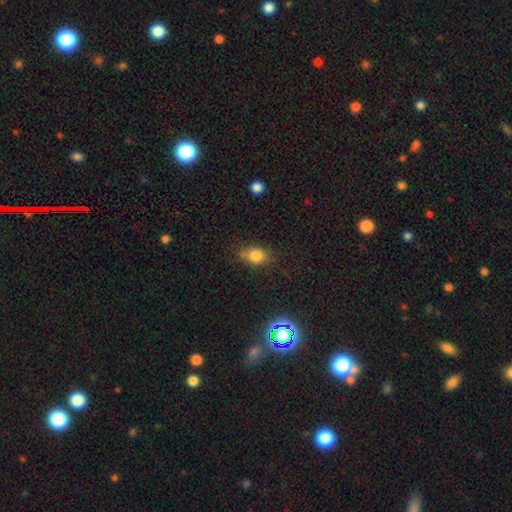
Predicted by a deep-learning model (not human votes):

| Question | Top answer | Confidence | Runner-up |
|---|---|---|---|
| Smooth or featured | smooth | 77% | star or artifact (13%) |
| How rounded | in between | 59% | round (38%) |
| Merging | none | 67% | minor disturbance (23%) |